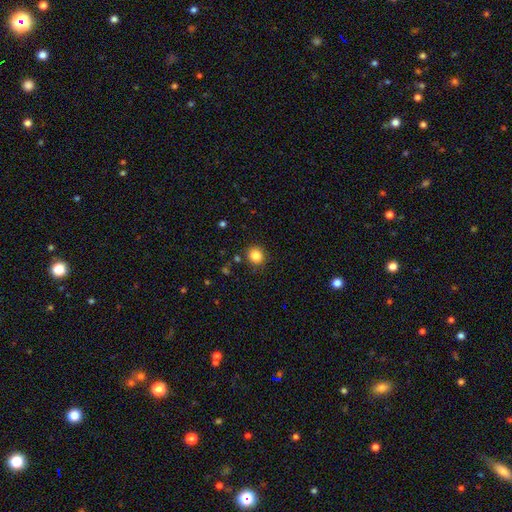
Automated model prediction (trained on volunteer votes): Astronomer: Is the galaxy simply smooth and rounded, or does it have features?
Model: smooth — 84%.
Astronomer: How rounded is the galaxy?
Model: round — 90%.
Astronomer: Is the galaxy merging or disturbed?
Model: none — 87%.